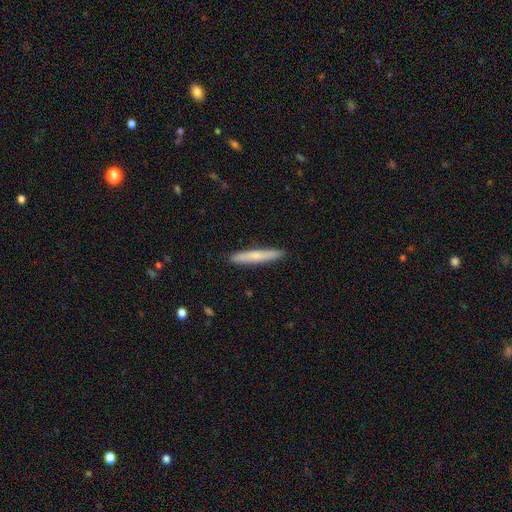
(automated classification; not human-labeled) Overall: smooth (66%; featured or disk 29%). How rounded: cigar-shaped (95%). Merging: none (91%).